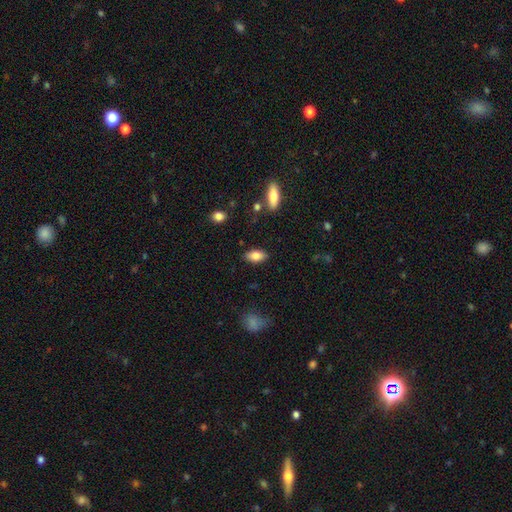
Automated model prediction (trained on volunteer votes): smooth_or_featured: smooth (p=0.82) [alt: featured or disk p=0.11]
how_rounded: in between (p=0.90) [alt: cigar-shaped p=0.06]
merging: none (p=0.85) [alt: minor disturbance p=0.10]